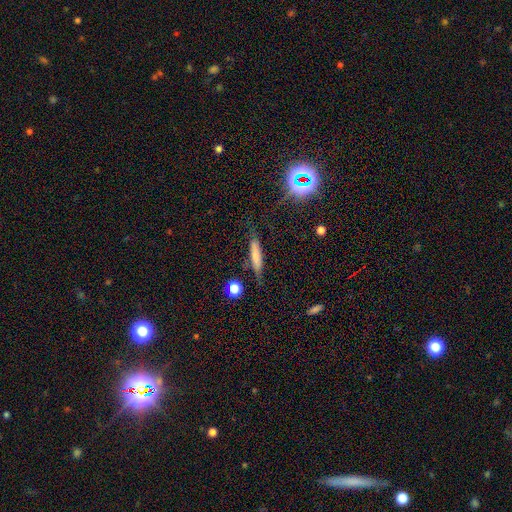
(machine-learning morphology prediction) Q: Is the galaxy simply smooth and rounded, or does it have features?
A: smooth — 70%.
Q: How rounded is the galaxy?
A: cigar-shaped — 83%.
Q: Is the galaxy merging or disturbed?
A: none — 72%.